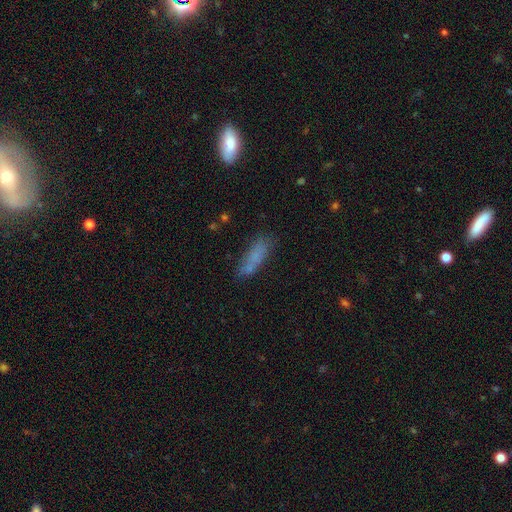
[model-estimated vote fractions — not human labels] Smooth or featured: smooth — 71% (featured or disk — 17%)
How rounded: cigar-shaped — 54% (in between — 44%)
Merging: none — 59% (minor disturbance — 22%)